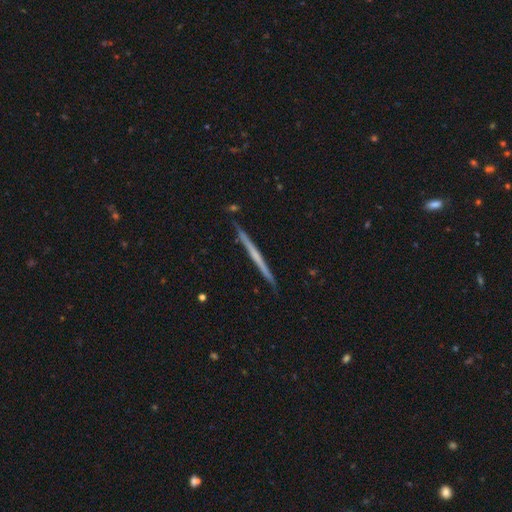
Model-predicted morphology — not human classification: Smooth or featured?
  - featured or disk: 62% *
  - smooth: 33%
  - star or artifact: 5%
Edge-on disk?
  - yes: 98% *
  - no: 2%
Edge-on bulge?
  - none: 82% *
  - rounded: 14%
  - boxy: 5%
Merging?
  - none: 91% *
  - minor disturbance: 7%
  - merger: 1%
  - major disturbance: 1%